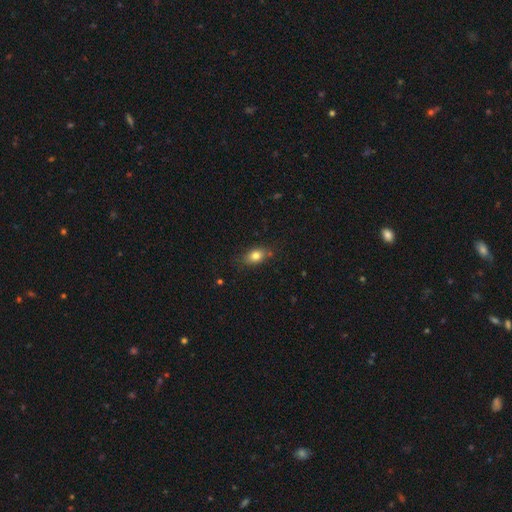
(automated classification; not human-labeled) Smooth or featured? smooth (81%)
How rounded? in between (78%)
Merging? none (77%)